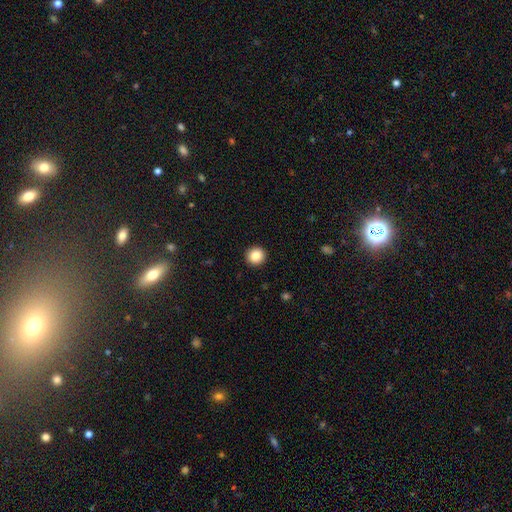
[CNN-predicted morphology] This is clearly a smooth galaxy (85%). How rounded: clearly round (94%). Merging: clearly none (93%).